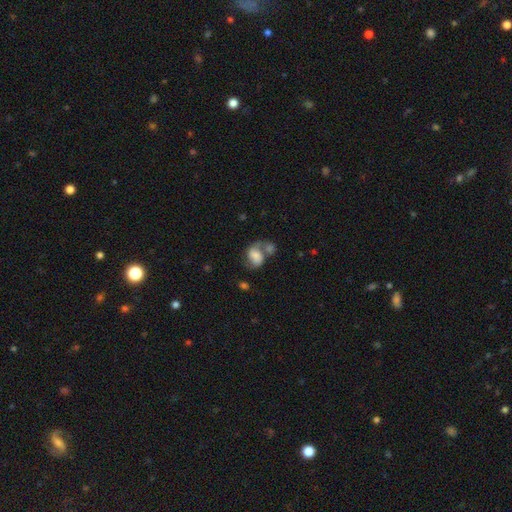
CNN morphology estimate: A smooth galaxy with no disk features (48%). Merging: merger (41%).